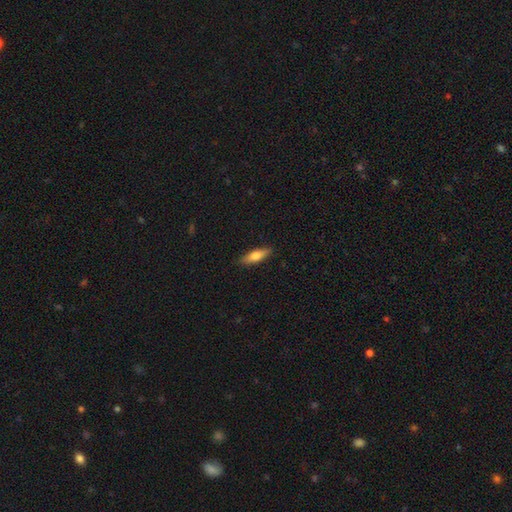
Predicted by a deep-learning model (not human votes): The model was most divided on "how rounded": cigar-shaped: 53%, in between: 45%, round: 2%. More confident: merging — none (87%); smooth or featured — smooth (67%).